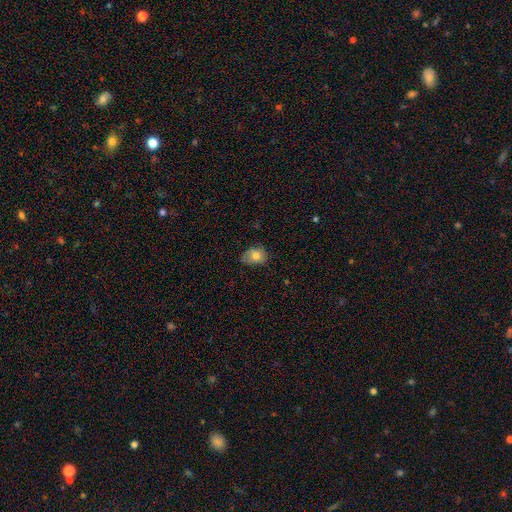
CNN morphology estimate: A smooth galaxy with no disk features (77%) that is in between round and cigar-shaped (66%). Merging: none (58%).